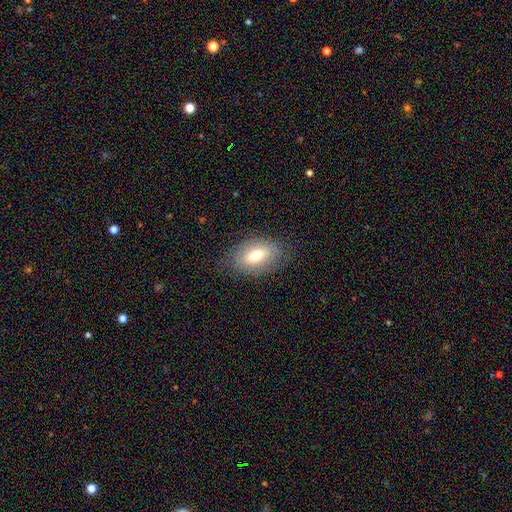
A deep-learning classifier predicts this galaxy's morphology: A smooth galaxy with no disk features (72%) that is in between round and cigar-shaped (88%). Merging: none (81%).